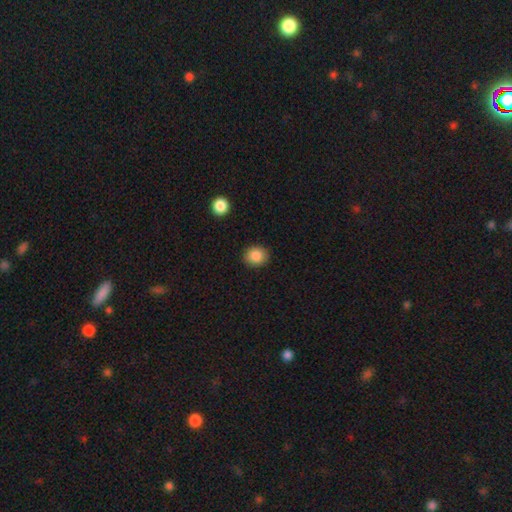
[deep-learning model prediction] Morphology: type=smooth (88%); roundness=round (74%); merging=none (89%).